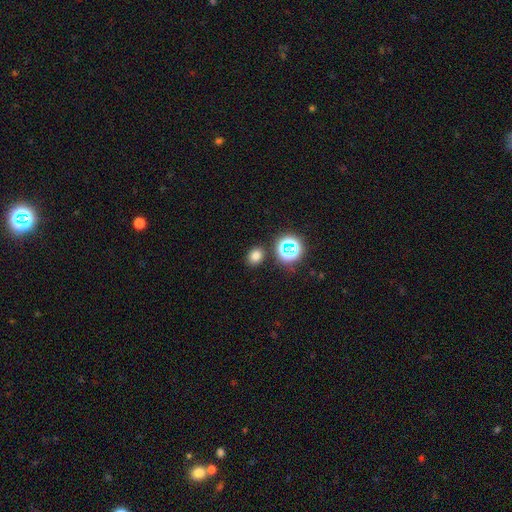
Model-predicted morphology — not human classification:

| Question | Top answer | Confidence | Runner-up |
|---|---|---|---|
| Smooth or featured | smooth | 74% | star or artifact (20%) |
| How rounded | round | 51% | in between (48%) |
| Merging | none | 85% | minor disturbance (8%) |